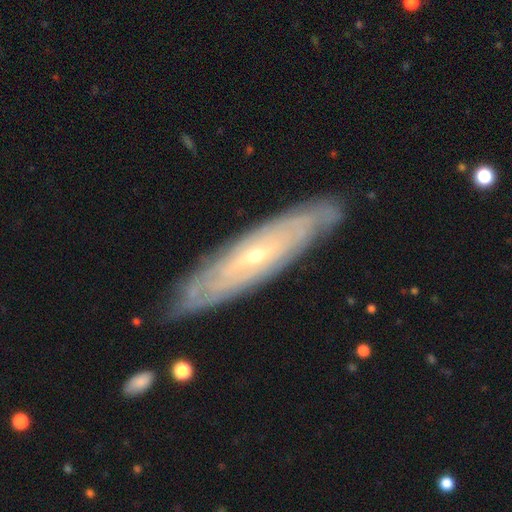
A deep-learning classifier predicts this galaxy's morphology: smooth-or-featured: featured or disk: 80% | smooth: 15% | star or artifact: 6%
  disk-edge-on: no: 67% | yes: 33%
    bar: no: 62% | weak: 28% | strong: 10%
    has-spiral-arms: yes: 83% | no: 17%
    bulge-size: small: 73% | moderate: 25% | large: 1% | none: 1% | dominant: 1%
  merging: none: 84% | minor disturbance: 12% | major disturbance: 2% | merger: 1%